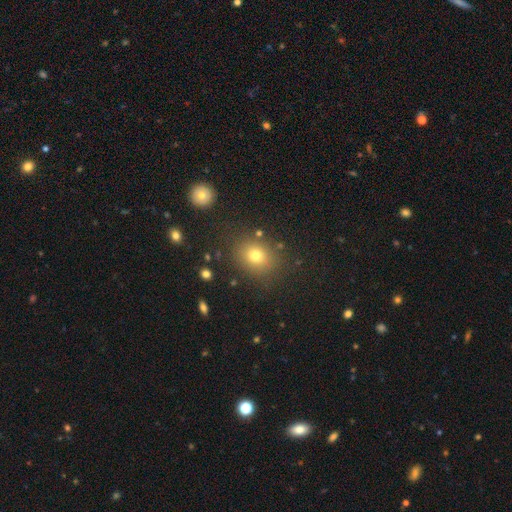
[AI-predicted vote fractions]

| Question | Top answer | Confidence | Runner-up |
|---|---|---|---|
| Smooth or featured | smooth | 73% | star or artifact (17%) |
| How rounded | round | 62% | in between (37%) |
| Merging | none | 83% | minor disturbance (10%) |